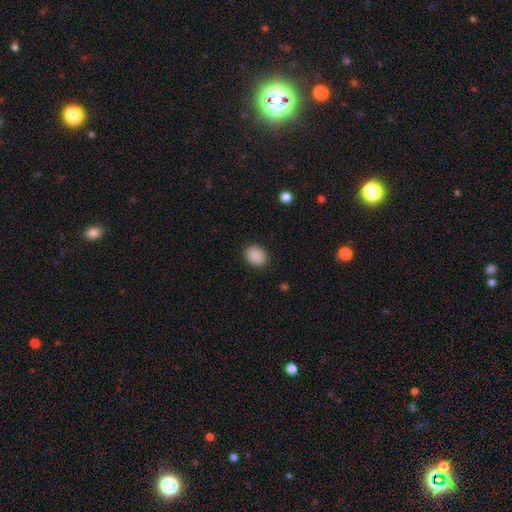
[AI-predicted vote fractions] Overall: smooth (89%). How rounded: in between (54%; round 45%). Merging: none (88%).